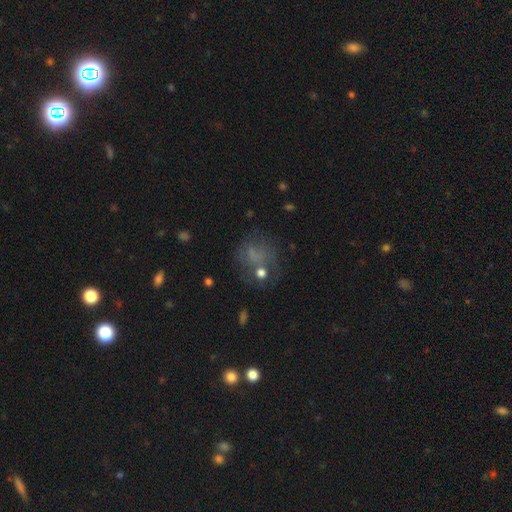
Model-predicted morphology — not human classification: Smooth or featured? smooth (47%)
Merging? none (44%)